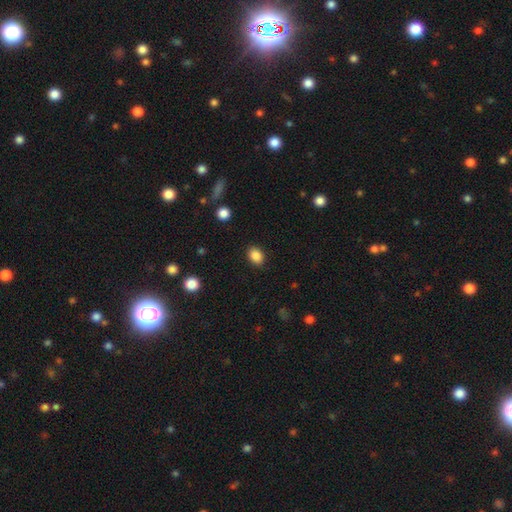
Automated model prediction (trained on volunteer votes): The model was most divided on "how rounded": in between: 71%, round: 28%, cigar-shaped: 1%. More confident: merging — none (88%); smooth or featured — smooth (87%).